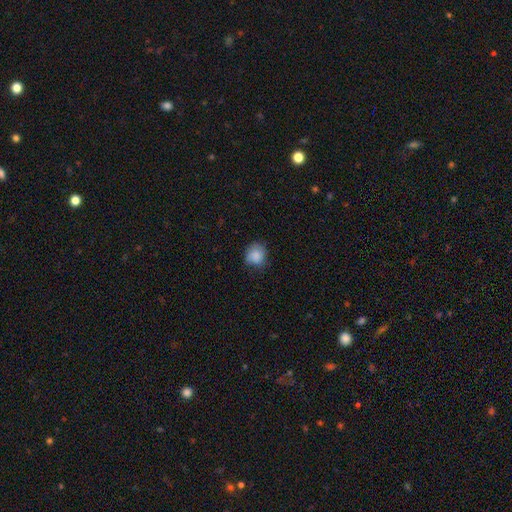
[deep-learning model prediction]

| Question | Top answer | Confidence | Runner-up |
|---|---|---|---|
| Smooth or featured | smooth | 84% | star or artifact (8%) |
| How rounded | round | 77% | in between (22%) |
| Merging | none | 65% | minor disturbance (26%) |